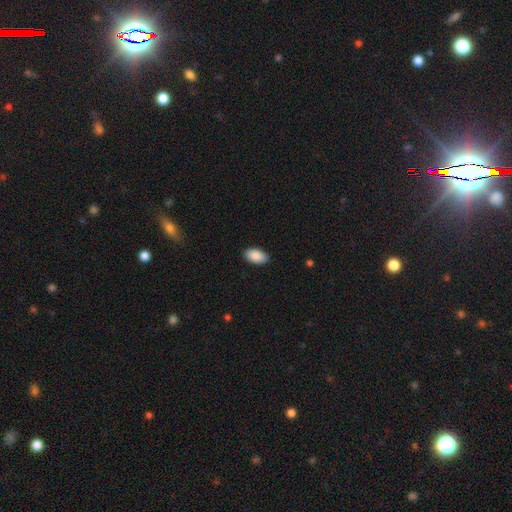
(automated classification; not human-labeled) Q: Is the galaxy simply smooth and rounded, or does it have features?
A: smooth — 89%.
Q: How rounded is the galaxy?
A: in between — 95%.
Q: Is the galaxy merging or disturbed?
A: none — 88%.